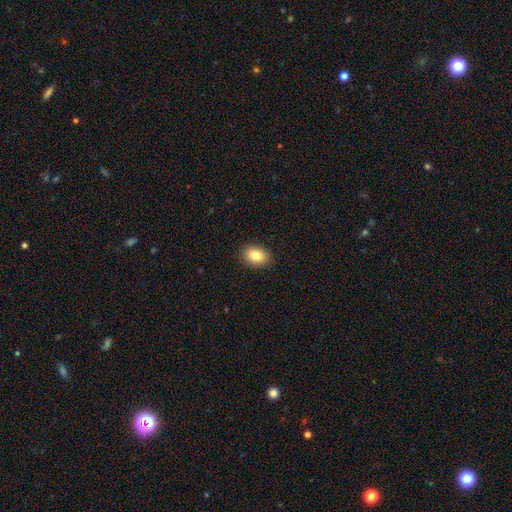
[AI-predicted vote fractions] A smooth galaxy with no disk features (83%) that is in between round and cigar-shaped (77%).

Vote fractions:
- Smooth or featured? smooth: 83% / featured or disk: 9% / star or artifact: 8%
- How rounded? in between: 77% / round: 22% / cigar-shaped: 1%
- Merging? none: 89% / minor disturbance: 8% / major disturbance: 2% / merger: 1%